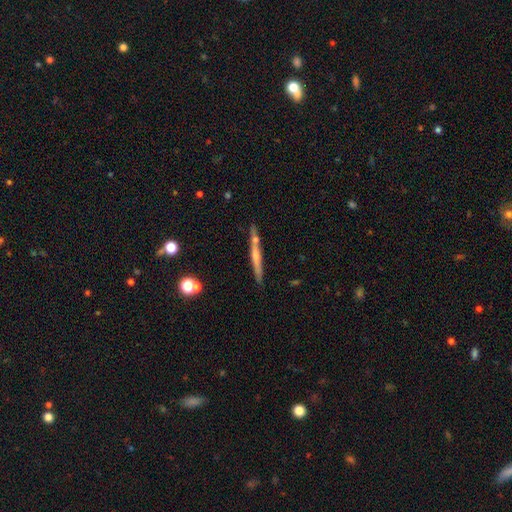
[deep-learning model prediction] Overall: featured or disk (65%; smooth 26%). Edge-on disk: yes (96%). Edge-on bulge: rounded (55%; none 37%). Merging: none (83%).